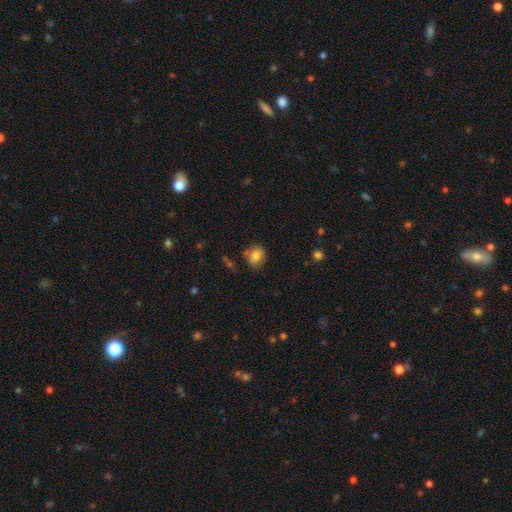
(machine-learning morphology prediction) The model was most divided on "how rounded": round: 60%, in between: 39%, cigar-shaped: 1%. More confident: smooth or featured — smooth (72%); merging — none (70%).